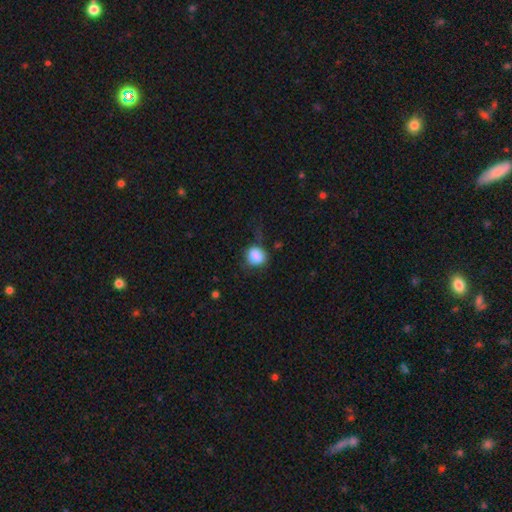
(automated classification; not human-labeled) smooth_or_featured: smooth (p=0.85) [alt: star or artifact p=0.09]
how_rounded: round (p=0.70) [alt: in between p=0.29]
merging: none (p=0.62) [alt: minor disturbance p=0.25]